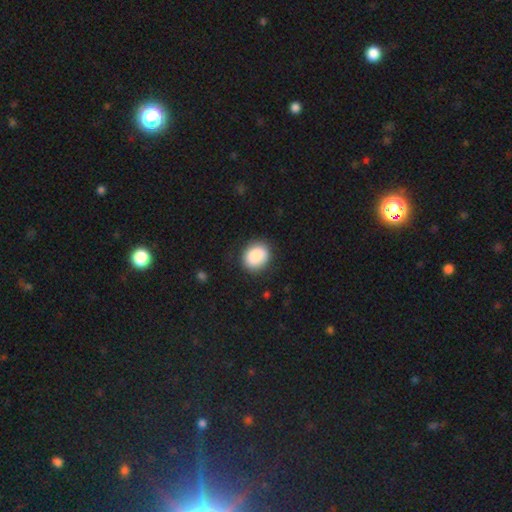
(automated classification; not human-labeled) This appears to be a smooth galaxy with no disk features (88%) that is round (65%). Merging: none (86%).